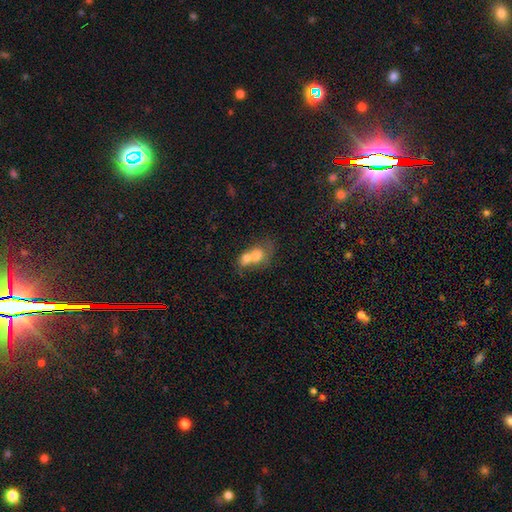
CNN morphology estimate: Q: Smooth or featured?
A: smooth (67%); runner-up: featured or disk (24%)
Q: How rounded?
A: in between (51%); runner-up: round (48%)
Q: Merging?
A: merger (76%); runner-up: none (14%)